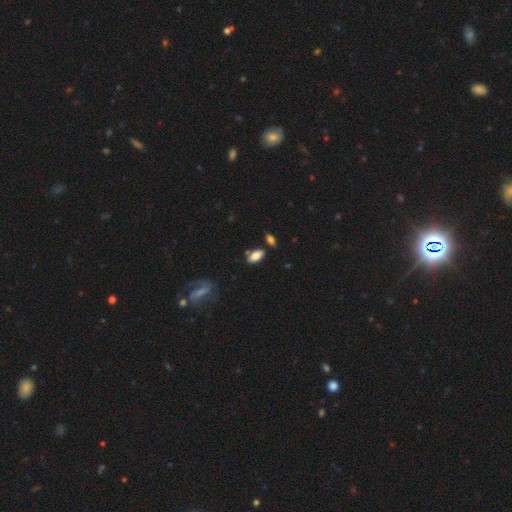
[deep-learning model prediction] Smooth or featured? Predicted: smooth (p=0.81). How rounded? Predicted: in between (p=0.90). Merging? Predicted: none (p=0.77).